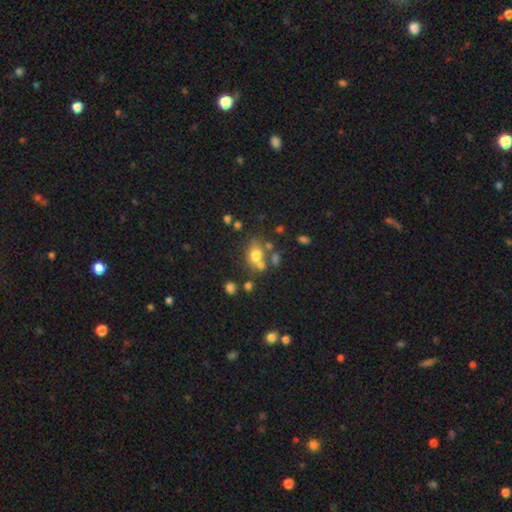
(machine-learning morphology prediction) The model was most divided on "how rounded": round: 52%, in between: 47%, cigar-shaped: 1%. Remaining: smooth or featured — smooth (69%); merging — none (50%).